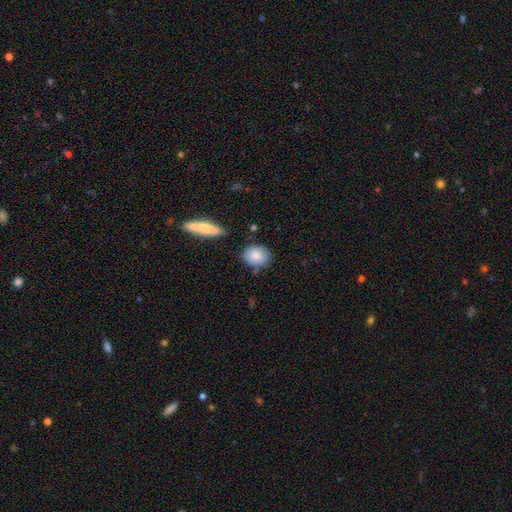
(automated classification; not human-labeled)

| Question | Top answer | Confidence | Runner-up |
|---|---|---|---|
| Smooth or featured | smooth | 84% | featured or disk (9%) |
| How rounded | round | 50% | in between (48%) |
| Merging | none | 73% | minor disturbance (19%) |